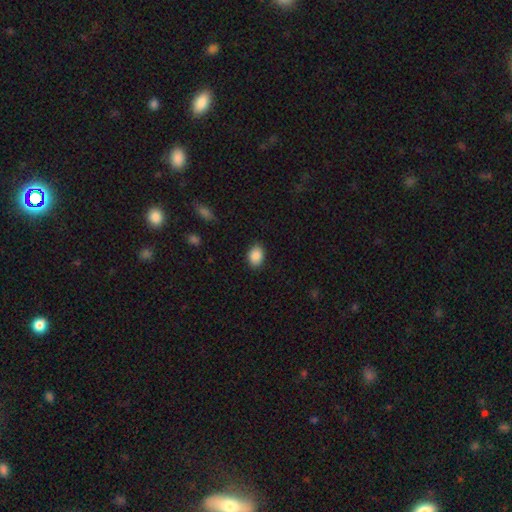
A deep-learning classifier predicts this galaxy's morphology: A smooth galaxy with no disk features (89%) that is in between round and cigar-shaped (75%). Merging: none (87%).